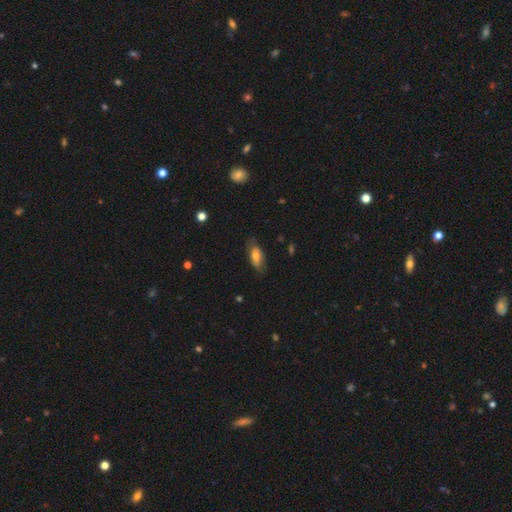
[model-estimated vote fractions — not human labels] Q: Smooth or featured?
A: smooth (64%); runner-up: featured or disk (28%)
Q: How rounded?
A: in between (80%); runner-up: cigar-shaped (17%)
Q: Merging?
A: none (72%); runner-up: minor disturbance (21%)